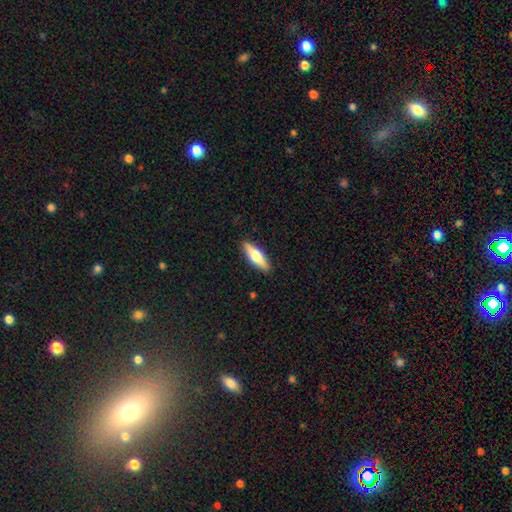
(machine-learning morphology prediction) Q: Smooth or featured?
A: smooth (53%); runner-up: featured or disk (42%)
Q: How rounded?
A: cigar-shaped (54%); runner-up: in between (44%)
Q: Merging?
A: none (90%); runner-up: minor disturbance (7%)